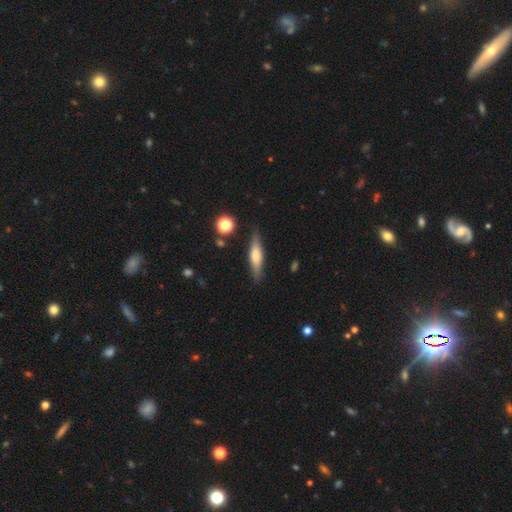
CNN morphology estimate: A smooth galaxy with no disk features (49%).

Vote fractions:
- Smooth or featured? smooth: 49% / featured or disk: 44% / star or artifact: 7%
- Merging? none: 85% / minor disturbance: 10% / major disturbance: 2% / merger: 2%